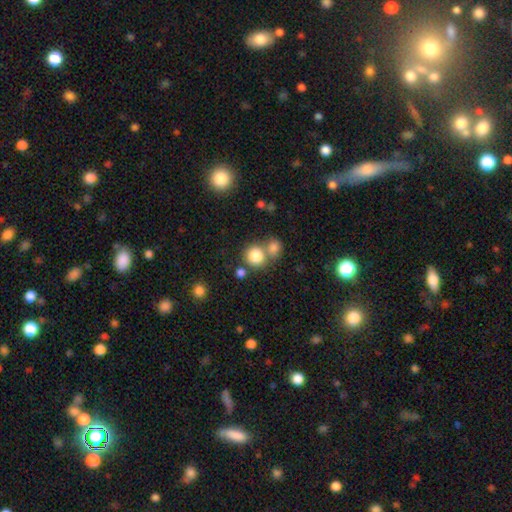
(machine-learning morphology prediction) A smooth galaxy with no disk features (82%) that is round (87%).

Vote fractions:
- Smooth or featured? smooth: 82% / star or artifact: 10% / featured or disk: 7%
- How rounded? round: 87% / in between: 12% / cigar-shaped: 1%
- Merging? none: 54% / merger: 33% / minor disturbance: 8% / major disturbance: 4%